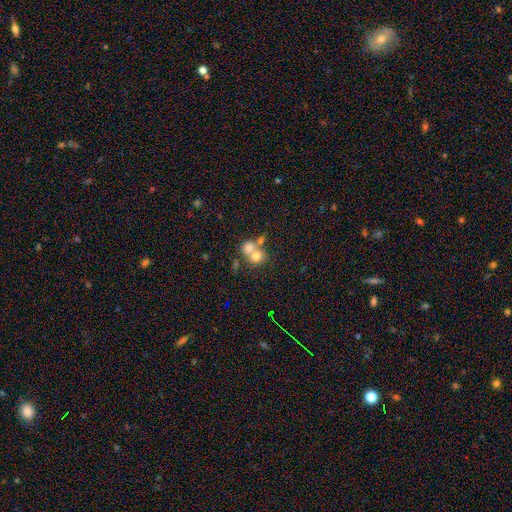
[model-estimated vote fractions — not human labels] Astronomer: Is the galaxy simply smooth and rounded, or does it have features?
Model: smooth — 70%.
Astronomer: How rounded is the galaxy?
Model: round — 75%.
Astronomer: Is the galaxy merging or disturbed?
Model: merger — 59%.